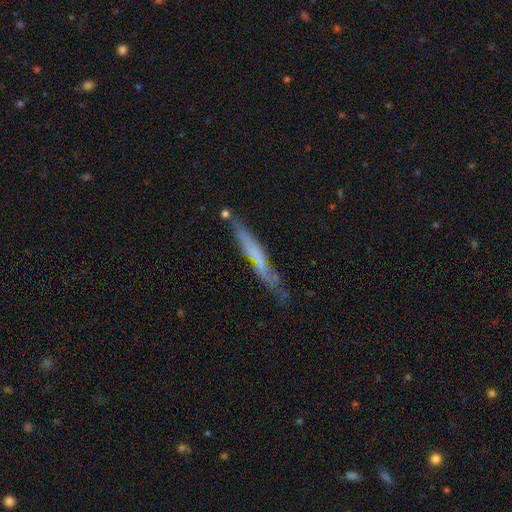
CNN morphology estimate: This is possibly a featured or disk galaxy (47%). Merging: likely none (68%).